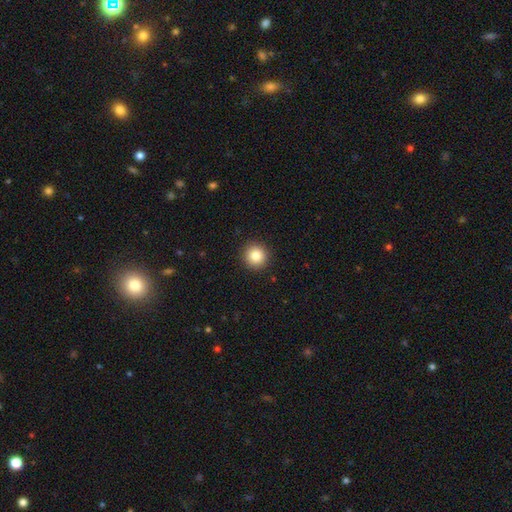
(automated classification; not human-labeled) This is clearly a smooth galaxy (85%). How rounded: clearly round (95%). Merging: clearly none (92%).